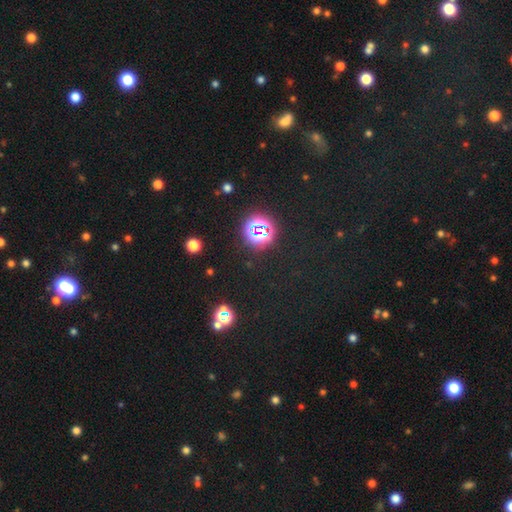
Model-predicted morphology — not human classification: star or artifact 64%, smooth 28%, featured or disk 7%.